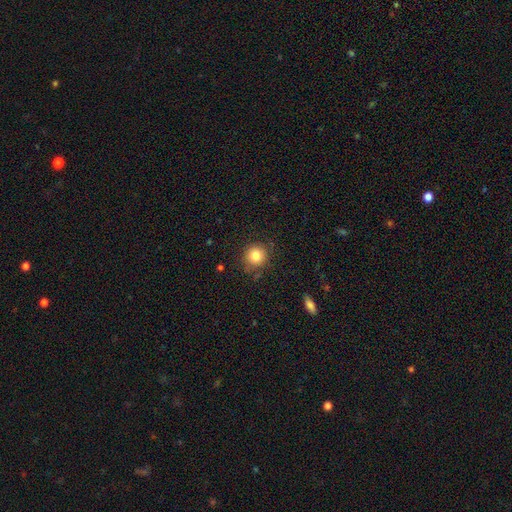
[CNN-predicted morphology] type=smooth (82%); roundness=round (90%); merging=none (83%).